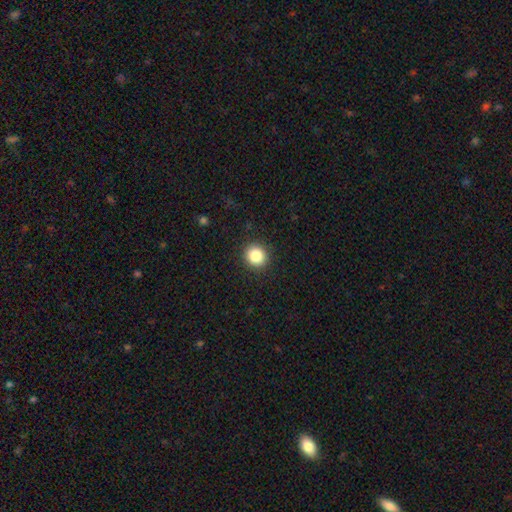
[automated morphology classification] Q: Smooth or featured?
A: smooth (85%); runner-up: star or artifact (10%)
Q: How rounded?
A: round (89%); runner-up: in between (10%)
Q: Merging?
A: none (92%); runner-up: minor disturbance (5%)